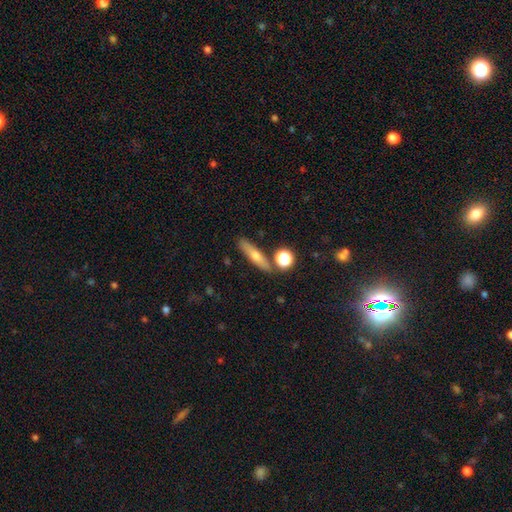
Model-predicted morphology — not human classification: A smooth galaxy with no disk features (55%) that is cigar-shaped (73%).

Vote fractions:
- Smooth or featured? smooth: 55% / featured or disk: 36% / star or artifact: 10%
- How rounded? cigar-shaped: 73% / in between: 22% / round: 6%
- Merging? none: 82% / minor disturbance: 10% / merger: 6% / major disturbance: 3%